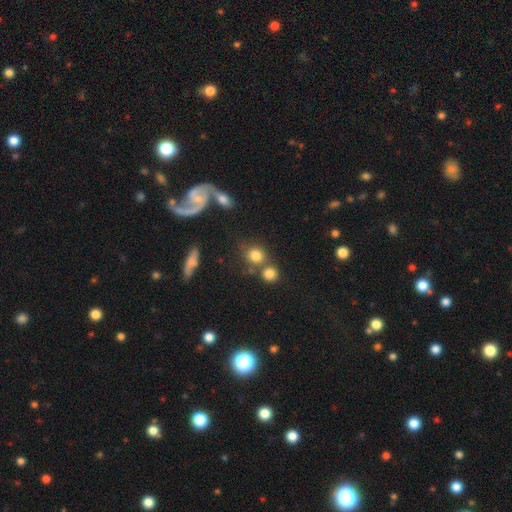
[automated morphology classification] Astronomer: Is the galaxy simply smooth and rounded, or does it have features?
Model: smooth — 78%.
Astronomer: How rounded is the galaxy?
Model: round — 80%.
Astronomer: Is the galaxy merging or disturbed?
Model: none — 56%.